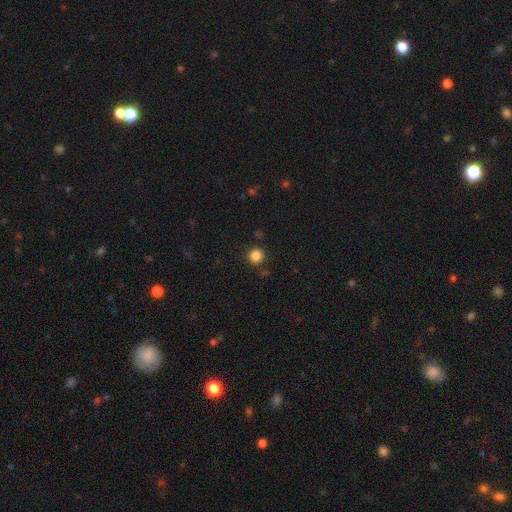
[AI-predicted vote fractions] Smooth or featured? Predicted: smooth (p=0.85). How rounded? Predicted: round (p=0.94). Merging? Predicted: none (p=0.89).